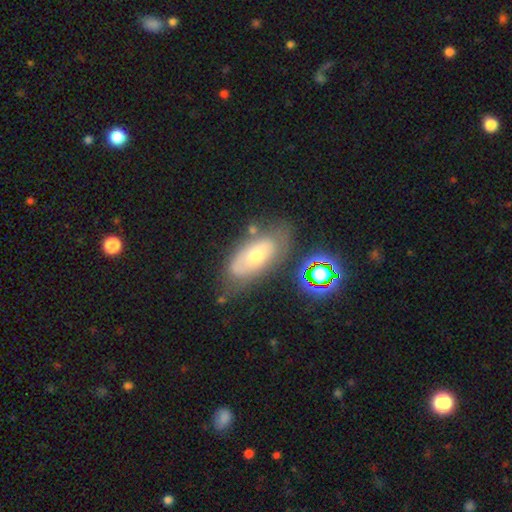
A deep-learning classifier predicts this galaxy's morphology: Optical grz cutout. It shows a featured or disk galaxy (45%). Merging: none (60%).